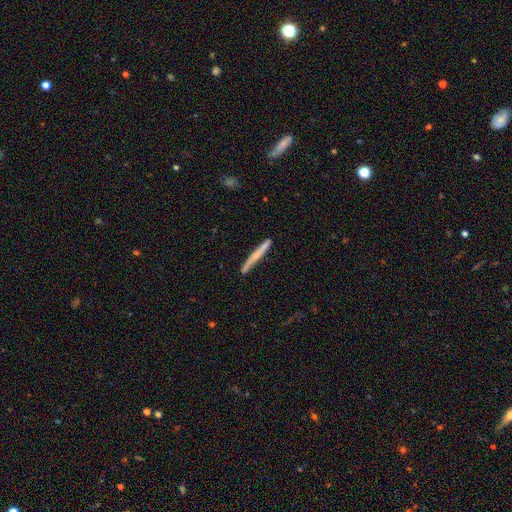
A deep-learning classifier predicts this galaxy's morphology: Overall: smooth (49%; featured or disk 46%). Merging: none (85%).